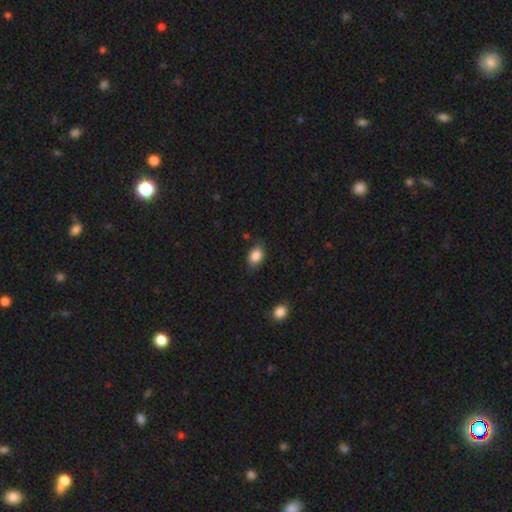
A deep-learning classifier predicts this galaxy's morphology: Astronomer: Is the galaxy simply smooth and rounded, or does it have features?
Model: smooth — 86%.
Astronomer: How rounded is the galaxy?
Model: in between — 81%.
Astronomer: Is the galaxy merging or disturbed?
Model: none — 80%.